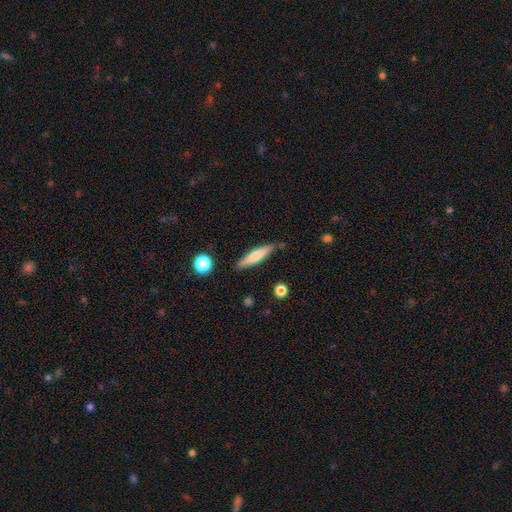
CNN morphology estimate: smooth-or-featured: smooth: 56% | featured or disk: 38% | star or artifact: 6%
  how-rounded: cigar-shaped: 84% | in between: 14% | round: 2%
  merging: none: 83% | minor disturbance: 12% | merger: 3% | major disturbance: 2%